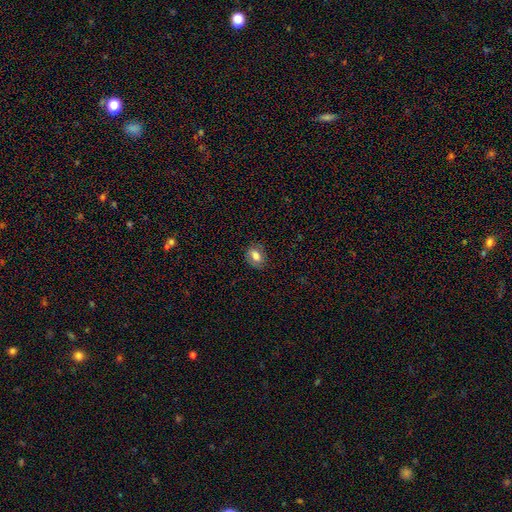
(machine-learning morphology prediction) The model was most divided on "how rounded": in between: 69%, round: 30%, cigar-shaped: 1%. More confident: merging — none (77%); smooth or featured — smooth (71%).